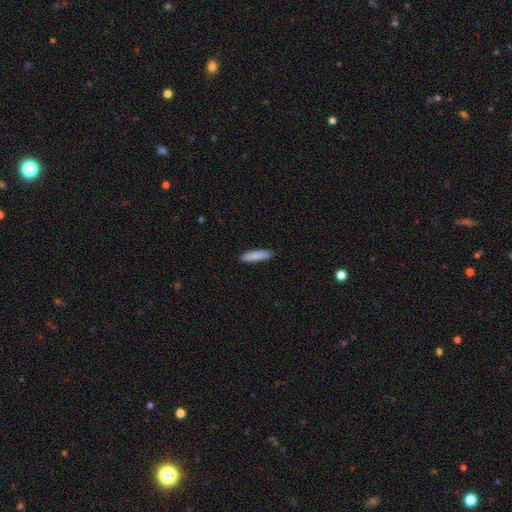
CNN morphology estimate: A smooth galaxy with no disk features (87%) that is cigar-shaped (78%).

Vote fractions:
- Smooth or featured? smooth: 87% / featured or disk: 7% / star or artifact: 6%
- How rounded? cigar-shaped: 78% / in between: 21% / round: 1%
- Merging? none: 90% / minor disturbance: 7% / major disturbance: 2% / merger: 1%